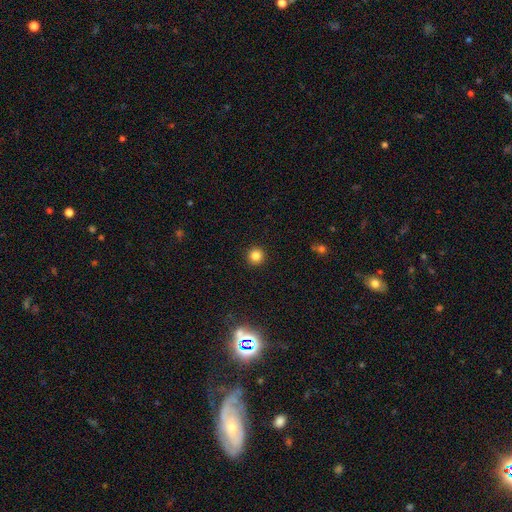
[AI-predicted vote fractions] Overall: smooth (83%). How rounded: round (95%). Merging: none (93%).